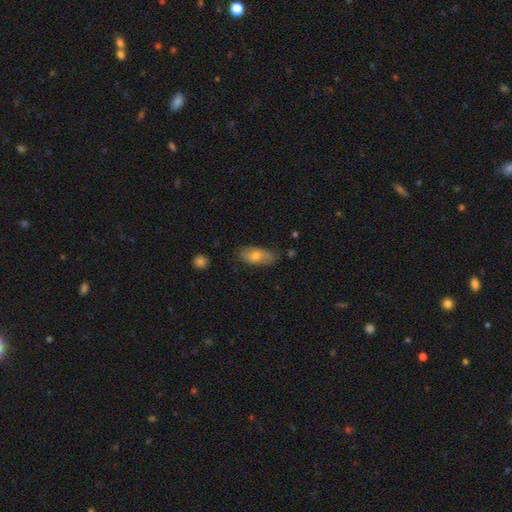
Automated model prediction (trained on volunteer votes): smooth_or_featured: smooth (p=0.66) [alt: featured or disk p=0.26]
how_rounded: in between (p=0.84) [alt: cigar-shaped p=0.12]
merging: none (p=0.77) [alt: minor disturbance p=0.18]